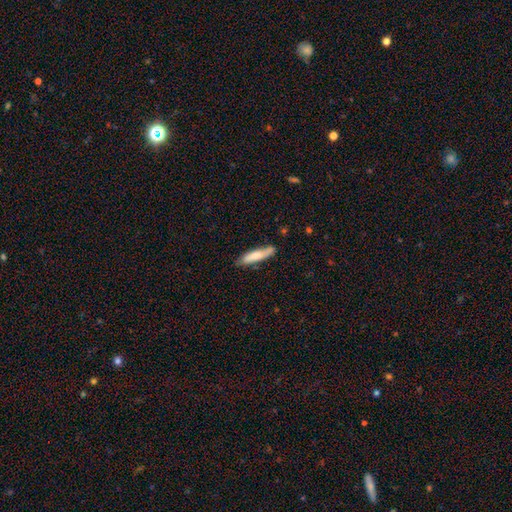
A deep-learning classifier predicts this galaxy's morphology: Smooth or featured?
  - smooth: 74% *
  - featured or disk: 20%
  - star or artifact: 5%
How rounded?
  - cigar-shaped: 83% *
  - in between: 16%
  - round: 1%
Merging?
  - none: 76% *
  - minor disturbance: 19%
  - major disturbance: 3%
  - merger: 3%